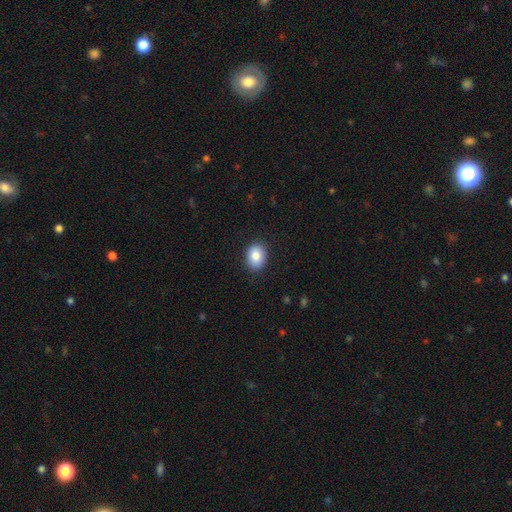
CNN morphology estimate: smooth_or_featured: smooth (p=0.86) [alt: star or artifact p=0.08]
how_rounded: in between (p=0.66) [alt: round p=0.33]
merging: none (p=0.88) [alt: minor disturbance p=0.09]